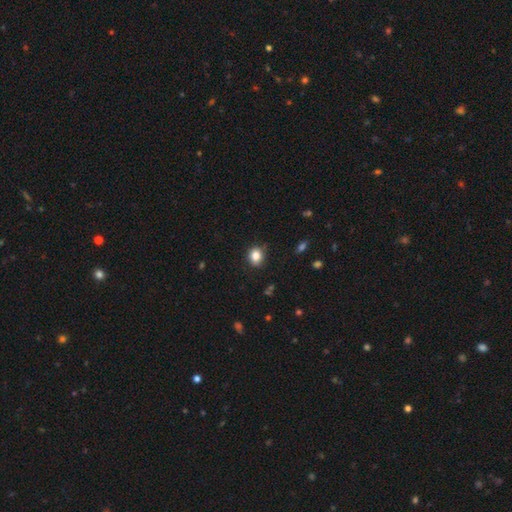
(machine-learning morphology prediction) A smooth galaxy with no disk features (84%) that is round (65%).

Vote fractions:
- Smooth or featured? smooth: 84% / star or artifact: 10% / featured or disk: 6%
- How rounded? round: 65% / in between: 34% / cigar-shaped: 1%
- Merging? none: 82% / minor disturbance: 14% / major disturbance: 3% / merger: 1%